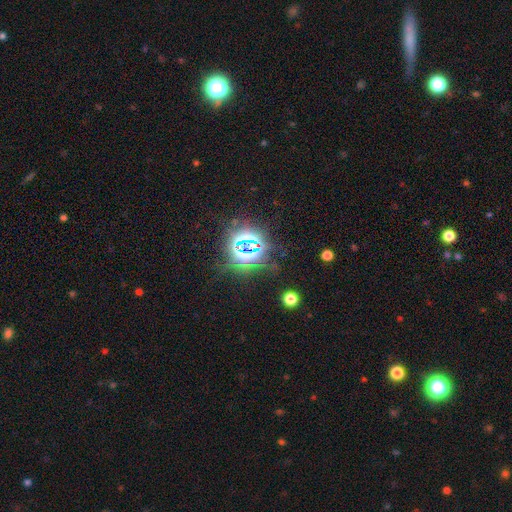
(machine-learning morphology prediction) A star or artifact, not a galaxy (81%).

Vote fractions:
- Smooth or featured? star or artifact: 81% / smooth: 12% / featured or disk: 6%